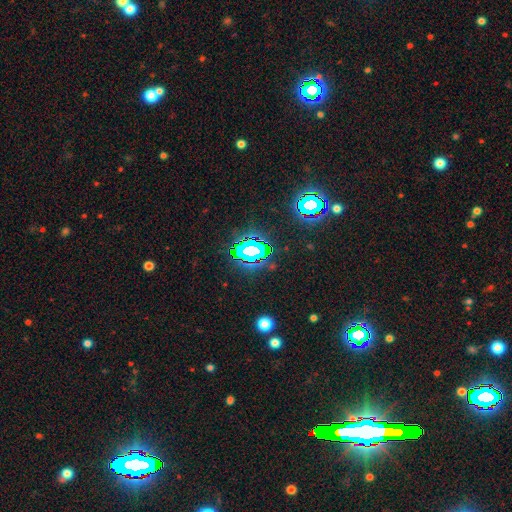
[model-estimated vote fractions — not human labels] Smooth or featured? Predicted: star or artifact (p=0.80).